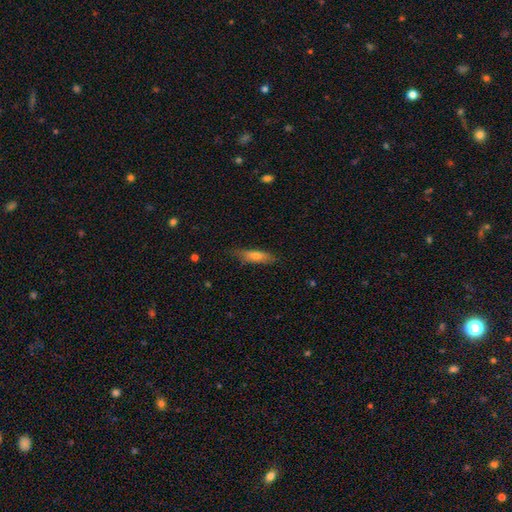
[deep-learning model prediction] This appears to be a smooth galaxy with no disk features (54%) that is cigar-shaped (79%). Merging: none (80%).